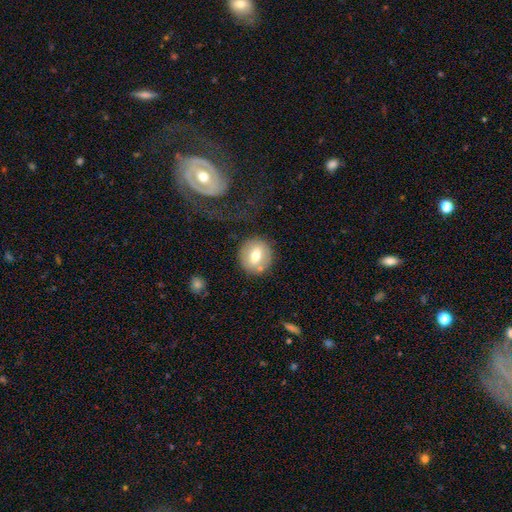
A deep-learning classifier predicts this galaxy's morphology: type=smooth (64%); roundness=round (81%); merging=none (76%).